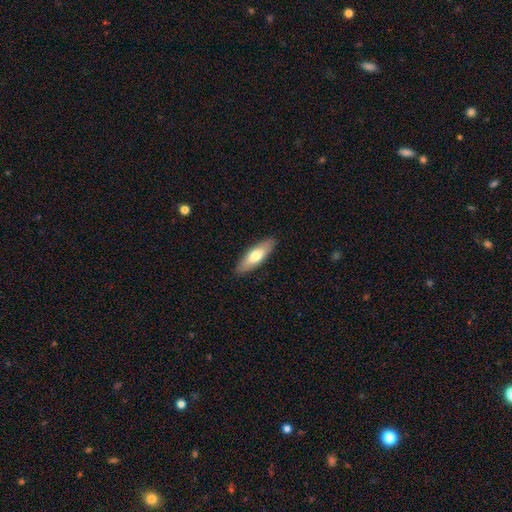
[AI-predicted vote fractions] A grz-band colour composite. It shows a smooth galaxy with no disk features (65%) that is in between round and cigar-shaped (50%). Merging: none (89%).